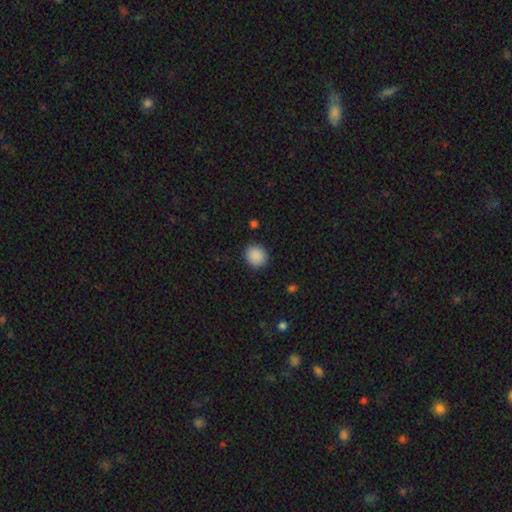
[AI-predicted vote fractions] A smooth galaxy with no disk features (89%) that is round (85%). Merging: none (90%).